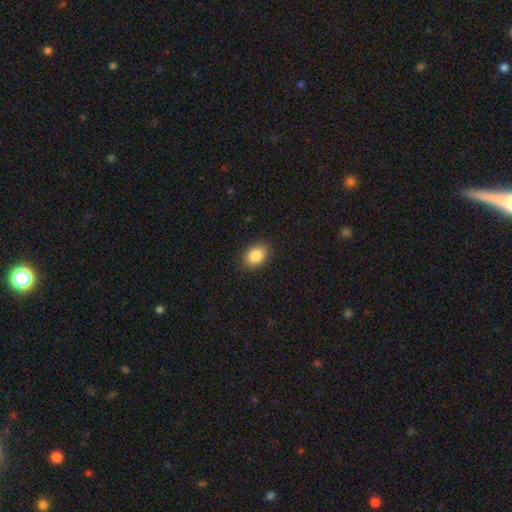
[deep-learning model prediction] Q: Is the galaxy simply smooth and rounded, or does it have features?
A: smooth — 87%.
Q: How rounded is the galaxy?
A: in between — 77%.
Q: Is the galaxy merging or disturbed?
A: none — 88%.